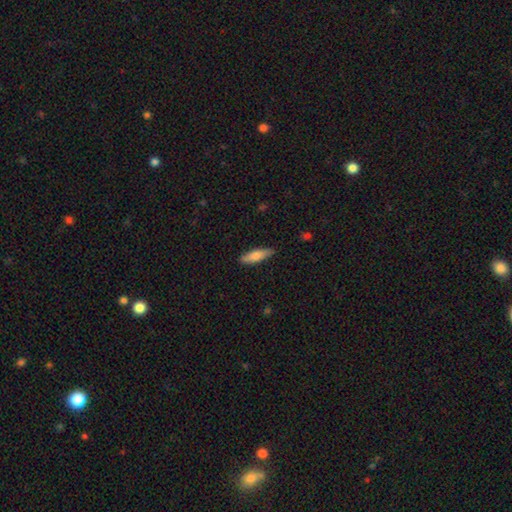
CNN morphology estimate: Smooth or featured?
  - smooth: 75% *
  - featured or disk: 19%
  - star or artifact: 6%
How rounded?
  - cigar-shaped: 61% *
  - in between: 38%
  - round: 2%
Merging?
  - none: 84% *
  - minor disturbance: 12%
  - major disturbance: 2%
  - merger: 1%